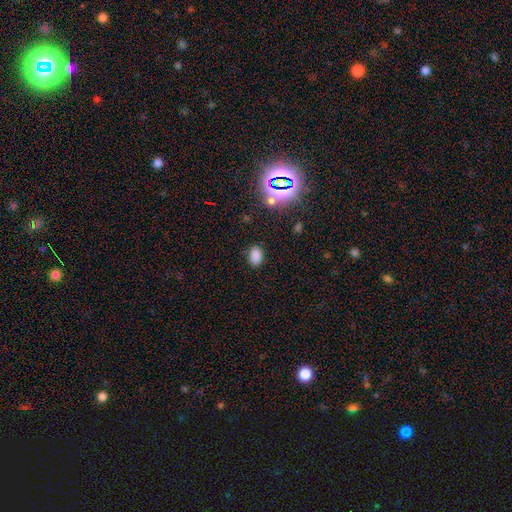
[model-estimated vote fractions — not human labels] Morphology: type=smooth (80%); roundness=in between (85%); merging=none (84%).